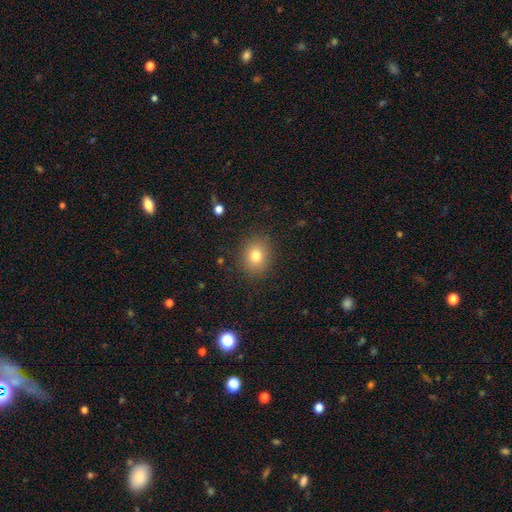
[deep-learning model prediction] smooth-or-featured: smooth: 79% | star or artifact: 12% | featured or disk: 9%
  how-rounded: round: 61% | in between: 38% | cigar-shaped: 1%
  merging: none: 87% | minor disturbance: 9% | major disturbance: 3% | merger: 1%